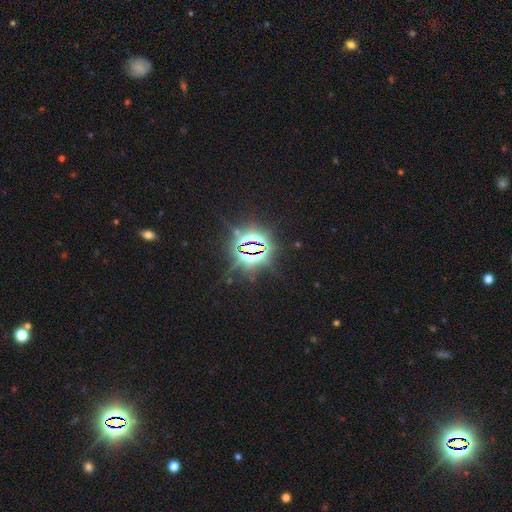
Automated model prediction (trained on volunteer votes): This appears to be a star or artifact, not a galaxy (86%).